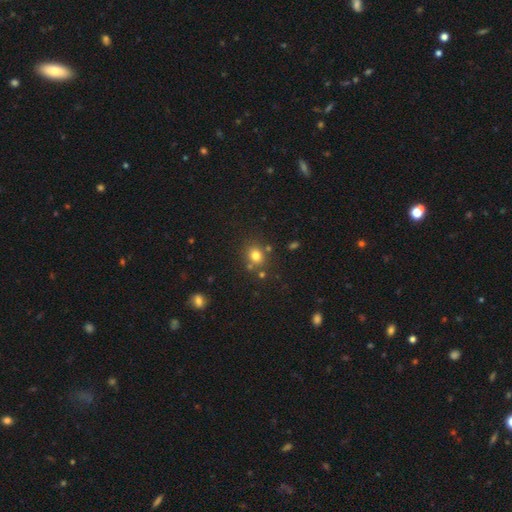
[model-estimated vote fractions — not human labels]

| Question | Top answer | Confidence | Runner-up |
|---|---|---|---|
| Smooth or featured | smooth | 76% | star or artifact (16%) |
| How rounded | round | 72% | in between (27%) |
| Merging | none | 74% | merger (11%) |